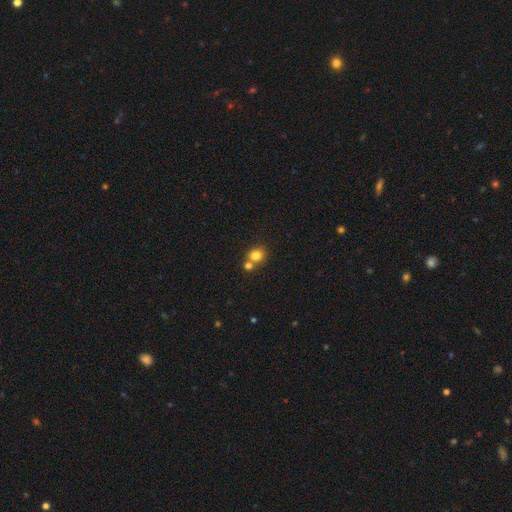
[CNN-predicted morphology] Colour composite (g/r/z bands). It shows a smooth galaxy with no disk features (80%) that is round (74%). Merging: none (51%).